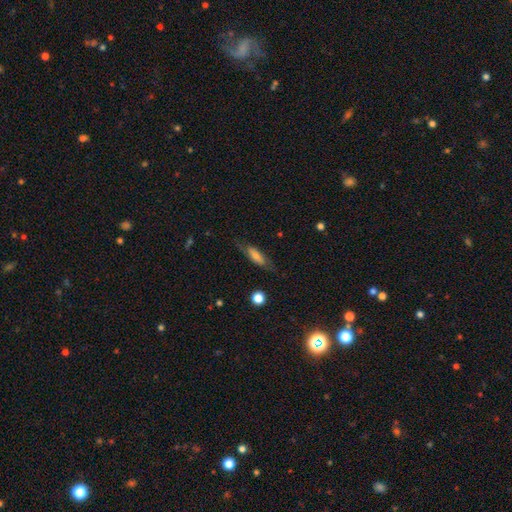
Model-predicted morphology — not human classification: Q: Smooth or featured?
A: smooth (52%); runner-up: featured or disk (40%)
Q: How rounded?
A: cigar-shaped (50%); runner-up: in between (46%)
Q: Merging?
A: none (72%); runner-up: minor disturbance (19%)